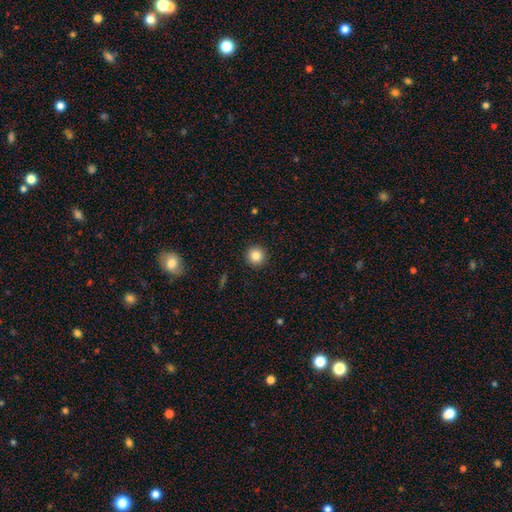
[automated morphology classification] Smooth or featured: smooth — 84% (star or artifact — 10%)
How rounded: round — 96% (in between — 3%)
Merging: none — 93% (minor disturbance — 5%)